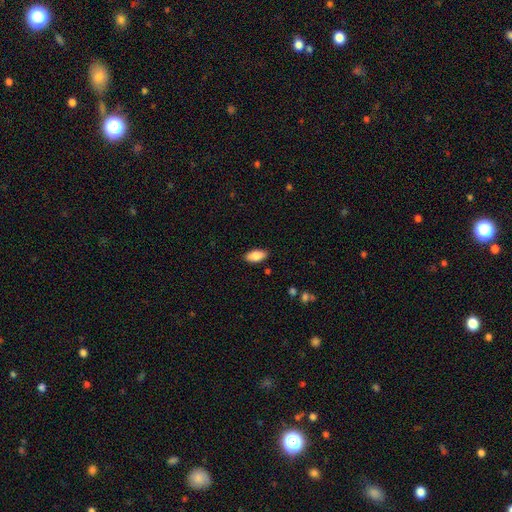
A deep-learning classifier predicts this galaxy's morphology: Smooth or featured? Predicted: smooth (p=0.85). How rounded? Predicted: in between (p=0.92). Merging? Predicted: none (p=0.87).